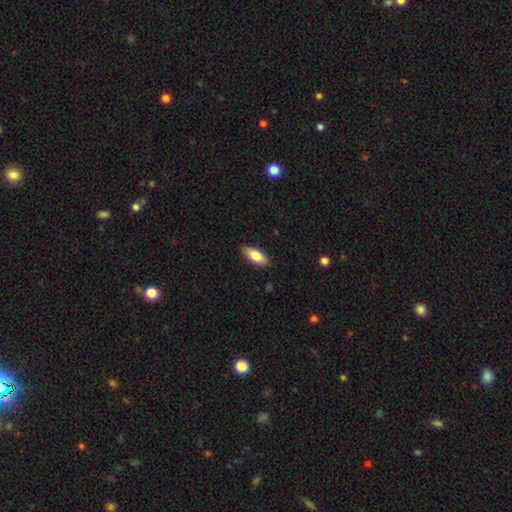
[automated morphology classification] Smooth or featured: smooth — 78% (featured or disk — 15%)
How rounded: in between — 78% (cigar-shaped — 20%)
Merging: none — 86% (minor disturbance — 11%)